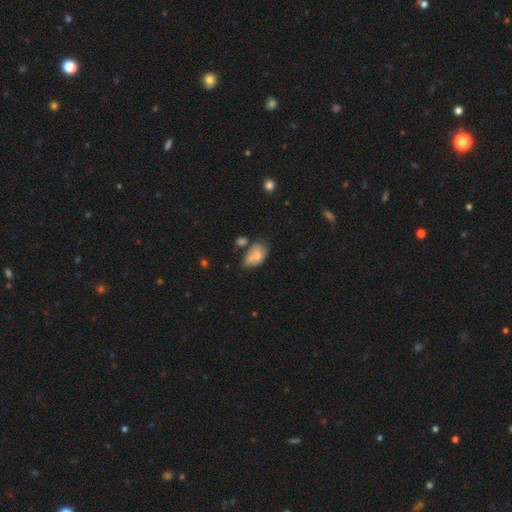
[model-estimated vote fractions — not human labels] This is likely a smooth galaxy (63%). How rounded: clearly in between (86%). Merging: marginally minor disturbance (34%).